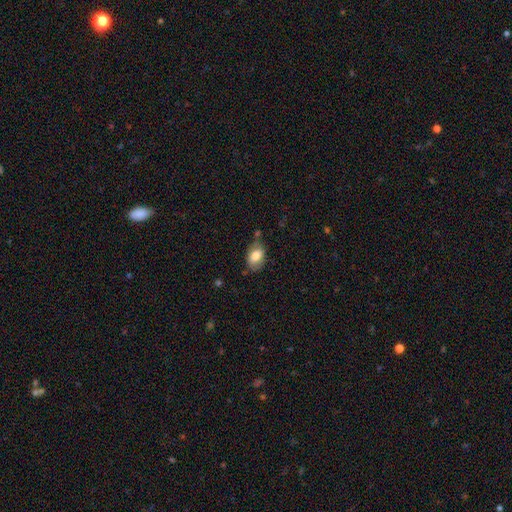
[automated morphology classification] Q: Smooth or featured?
A: smooth (74%); runner-up: featured or disk (19%)
Q: How rounded?
A: in between (88%); runner-up: round (11%)
Q: Merging?
A: none (65%); runner-up: minor disturbance (24%)